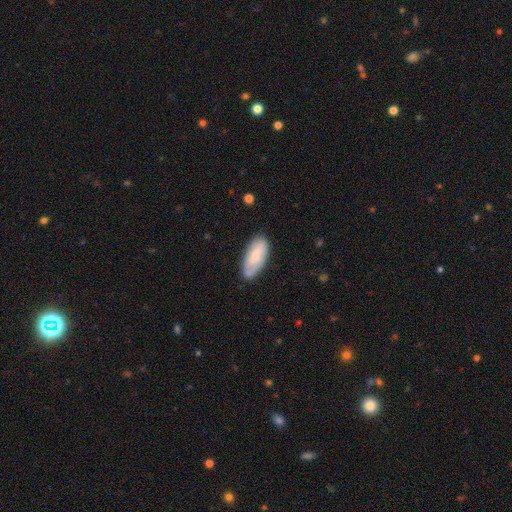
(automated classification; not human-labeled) Overall: smooth (71%). How rounded: in between (87%). Merging: none (70%).